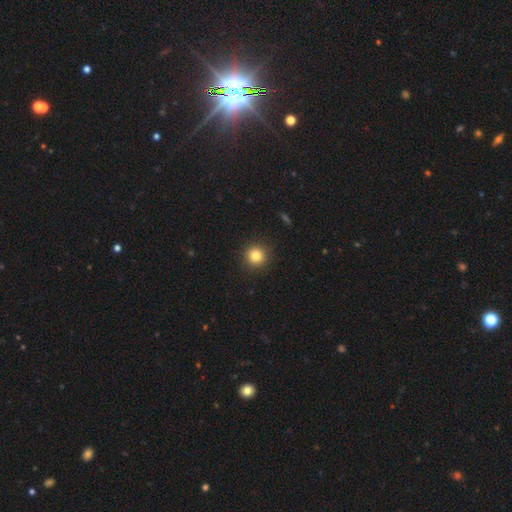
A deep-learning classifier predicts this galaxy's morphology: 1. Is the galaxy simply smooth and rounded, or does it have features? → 83% smooth, 11% star or artifact, 6% featured or disk.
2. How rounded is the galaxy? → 95% round, 4% in between, 1% cigar-shaped.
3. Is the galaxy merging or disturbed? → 92% none, 5% minor disturbance, 2% major disturbance, 1% merger.